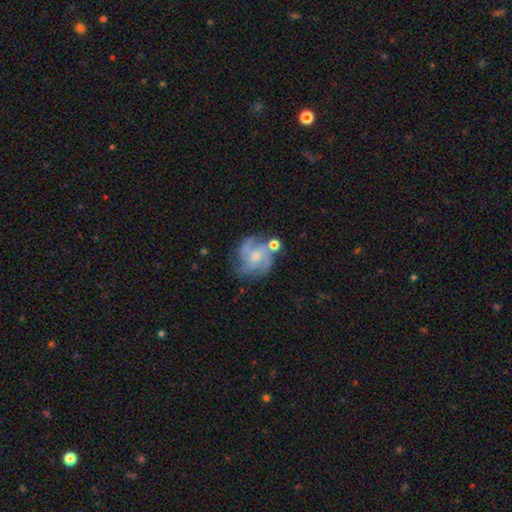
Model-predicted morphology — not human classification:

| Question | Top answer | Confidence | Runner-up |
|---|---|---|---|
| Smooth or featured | featured or disk | 74% | smooth (18%) |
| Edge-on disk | no | 98% | yes (2%) |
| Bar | no | 61% | weak (34%) |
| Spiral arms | yes | 88% | no (12%) |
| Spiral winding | medium | 48% | tight (32%) |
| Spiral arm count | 3 | 36% | can't tell (22%) |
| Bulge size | small | 50% | moderate (37%) |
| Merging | none | 57% | minor disturbance (19%) |